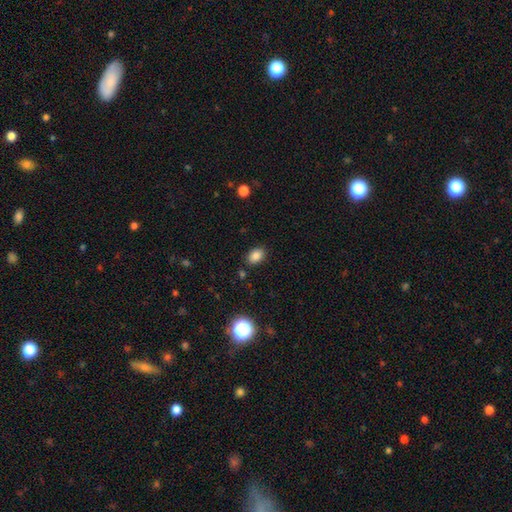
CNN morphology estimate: smooth-or-featured: smooth: 85% | star or artifact: 11% | featured or disk: 4%
  how-rounded: in between: 77% | round: 22% | cigar-shaped: 1%
  merging: none: 86% | minor disturbance: 10% | major disturbance: 3% | merger: 2%